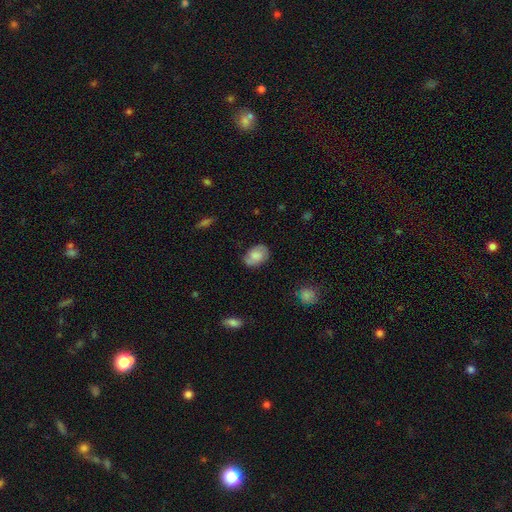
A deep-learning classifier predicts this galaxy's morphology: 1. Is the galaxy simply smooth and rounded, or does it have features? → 68% smooth, 24% featured or disk, 8% star or artifact.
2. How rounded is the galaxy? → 83% in between, 15% round, 1% cigar-shaped.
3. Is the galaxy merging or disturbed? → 76% none, 18% minor disturbance, 4% major disturbance, 2% merger.